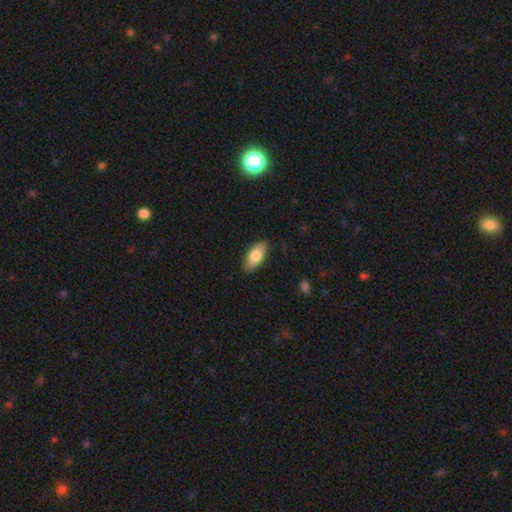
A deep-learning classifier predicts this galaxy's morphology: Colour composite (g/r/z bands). It shows a smooth galaxy with no disk features (75%) that is in between round and cigar-shaped (87%). Merging: none (85%).